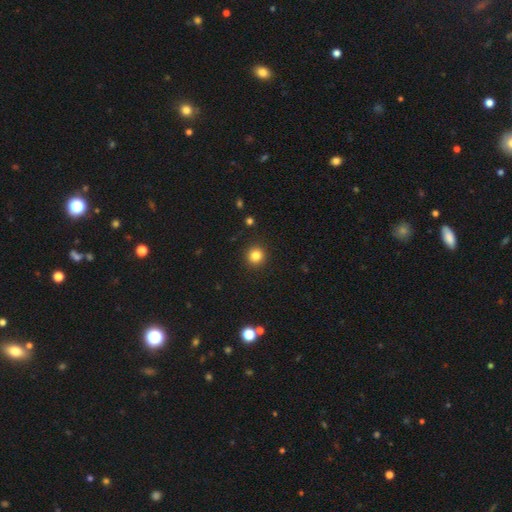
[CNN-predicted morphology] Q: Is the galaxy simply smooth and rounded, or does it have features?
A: smooth — 83%.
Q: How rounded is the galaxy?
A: round — 93%.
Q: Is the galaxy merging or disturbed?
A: none — 92%.